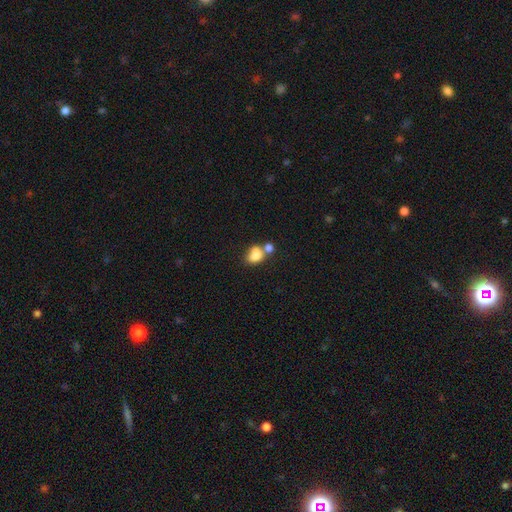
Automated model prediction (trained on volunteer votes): The model was most divided on "merging": merger: 52%, none: 30%, minor disturbance: 12%, major disturbance: 6%. More confident: smooth or featured — smooth (78%); how rounded — in between (63%).